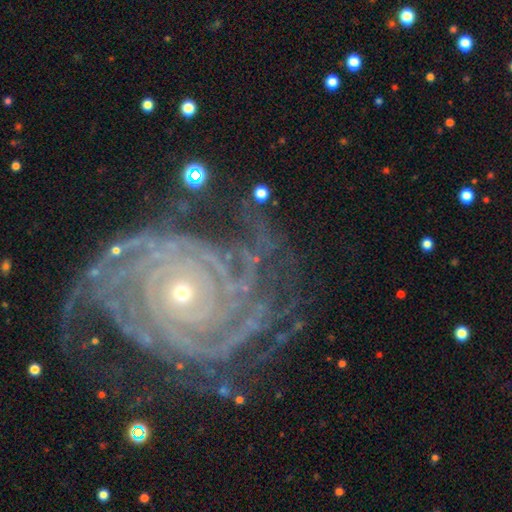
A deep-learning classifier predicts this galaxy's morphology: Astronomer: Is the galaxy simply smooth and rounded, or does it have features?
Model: featured or disk — 92%.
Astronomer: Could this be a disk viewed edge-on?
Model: no — 98%.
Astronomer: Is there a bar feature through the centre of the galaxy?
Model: no — 78%.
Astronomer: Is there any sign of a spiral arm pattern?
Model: yes — 98%.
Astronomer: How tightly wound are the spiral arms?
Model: tight — 81%.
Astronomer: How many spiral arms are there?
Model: more than 4 — 22% (runner-up: 4, 21%).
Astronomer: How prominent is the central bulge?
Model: small — 71%.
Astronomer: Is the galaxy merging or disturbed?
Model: none — 65%.